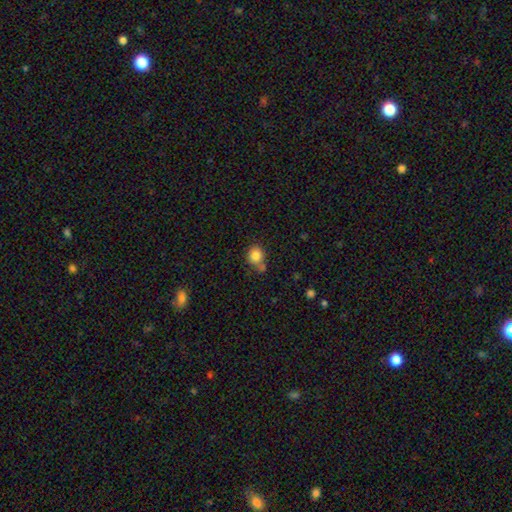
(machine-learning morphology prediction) Smooth or featured?
  - smooth: 82% *
  - star or artifact: 10%
  - featured or disk: 8%
How rounded?
  - round: 77% *
  - in between: 22%
  - cigar-shaped: 1%
Merging?
  - none: 58% *
  - merger: 23%
  - minor disturbance: 15%
  - major disturbance: 4%